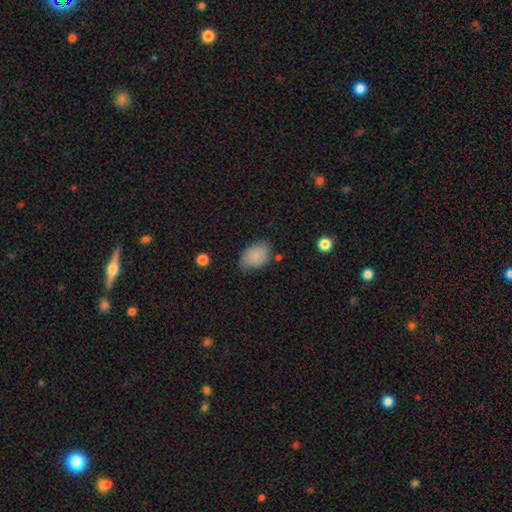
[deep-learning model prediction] A smooth galaxy with no disk features (86%) that is in between round and cigar-shaped (88%). Merging: none (70%).